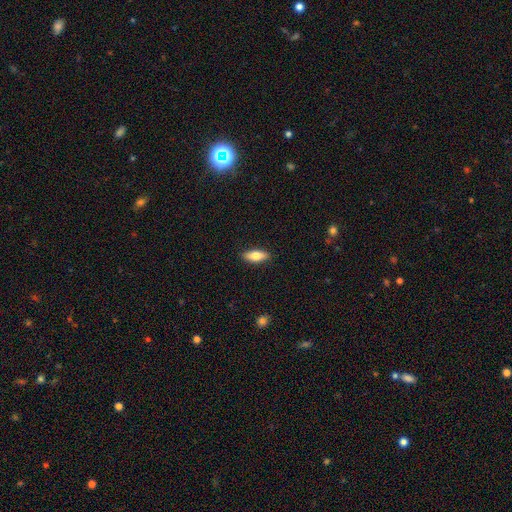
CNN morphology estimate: A smooth galaxy with no disk features (71%) that is in between round and cigar-shaped (73%). Merging: none (89%).